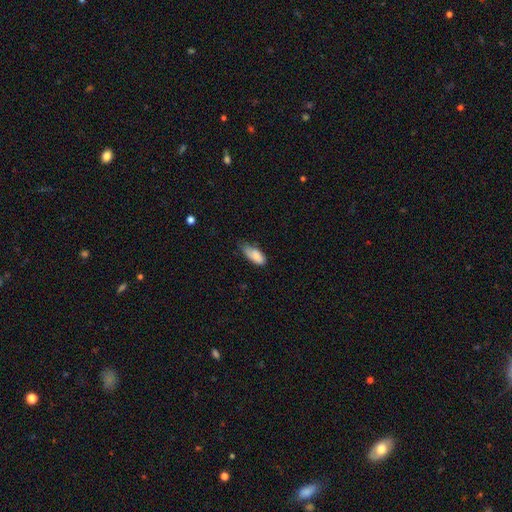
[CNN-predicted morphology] Q: Smooth or featured?
A: smooth (85%); runner-up: featured or disk (8%)
Q: How rounded?
A: in between (83%); runner-up: cigar-shaped (15%)
Q: Merging?
A: none (48%); runner-up: minor disturbance (42%)